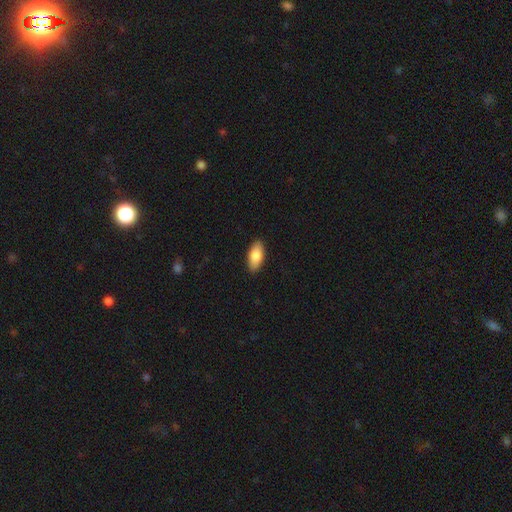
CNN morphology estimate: The model was most divided on "smooth or featured": smooth: 84%, featured or disk: 10%, star or artifact: 6%. More confident: merging — none (90%); how rounded — in between (88%).